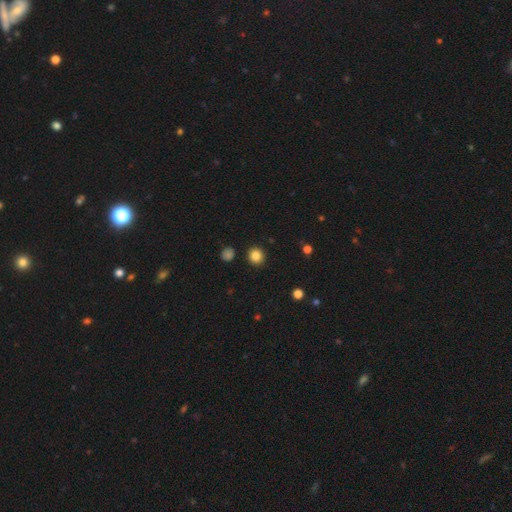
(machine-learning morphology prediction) A smooth galaxy with no disk features (85%) that is round (89%). Merging: none (91%).